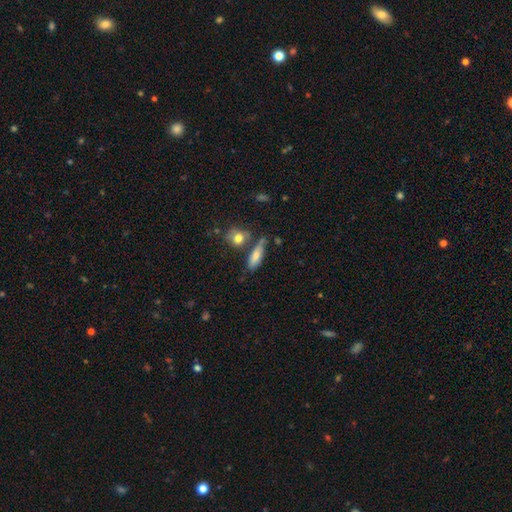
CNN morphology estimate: smooth 71%, featured or disk 20%, star or artifact 8%. Down the decision tree: how rounded — in between (53%); merging — none (58%).